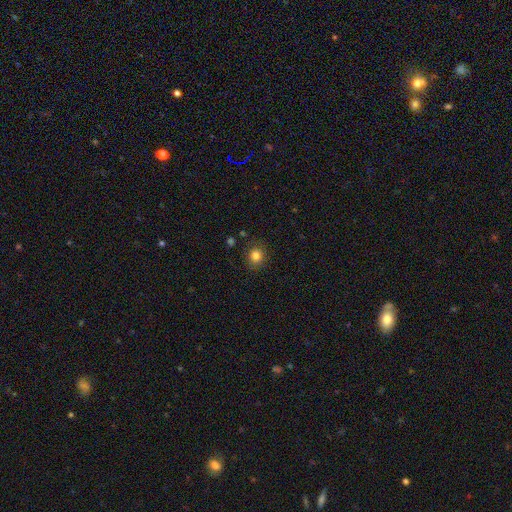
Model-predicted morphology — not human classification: smooth_or_featured: smooth (p=0.82) [alt: star or artifact p=0.12]
how_rounded: round (p=0.83) [alt: in between p=0.16]
merging: none (p=0.86) [alt: minor disturbance p=0.09]